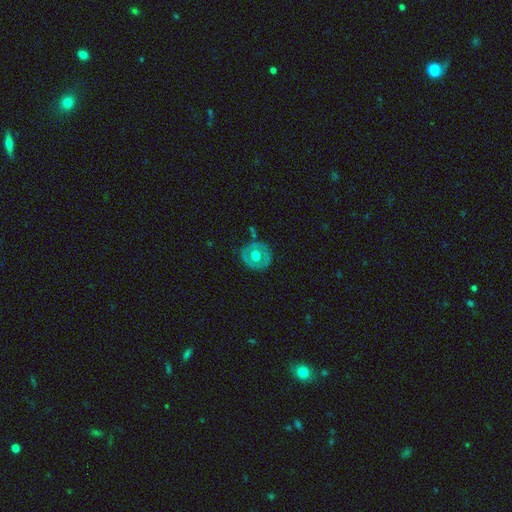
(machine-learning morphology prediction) featured or disk 50%, smooth 45%, star or artifact 6%. Down the decision tree: merging — none (80%).